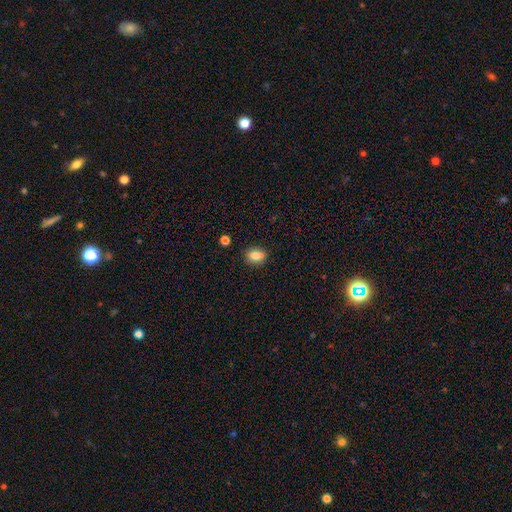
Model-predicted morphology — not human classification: smooth-or-featured: smooth: 80% | featured or disk: 10% | star or artifact: 10%
  how-rounded: in between: 58% | round: 40% | cigar-shaped: 2%
  merging: none: 67% | minor disturbance: 16% | merger: 14% | major disturbance: 4%